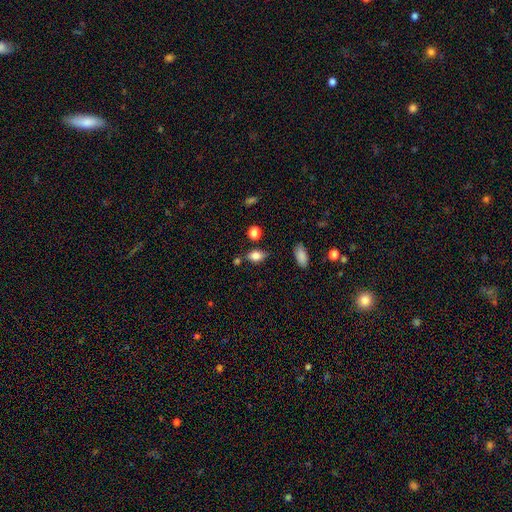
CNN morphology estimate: type=smooth (81%); roundness=in between (80%); merging=none (69%).